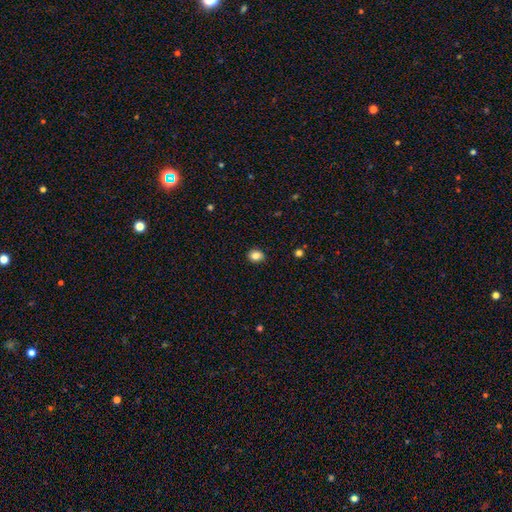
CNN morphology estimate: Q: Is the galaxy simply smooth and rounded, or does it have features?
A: smooth — 86%.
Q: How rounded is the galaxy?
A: round — 56%.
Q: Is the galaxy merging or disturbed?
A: none — 89%.